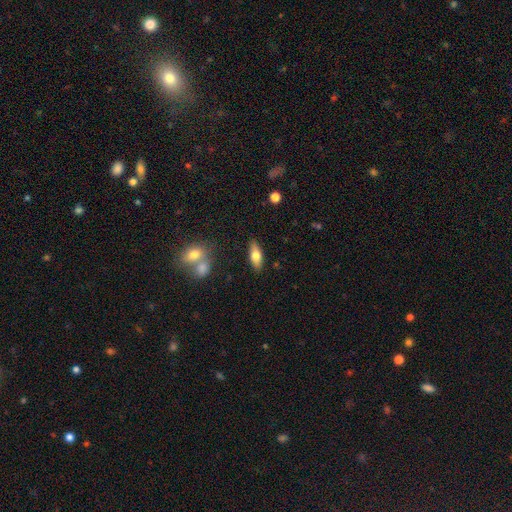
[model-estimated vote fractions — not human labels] The model was most divided on "smooth or featured": smooth: 66%, featured or disk: 27%, star or artifact: 6%. More confident: merging — none (84%); how rounded — in between (71%).